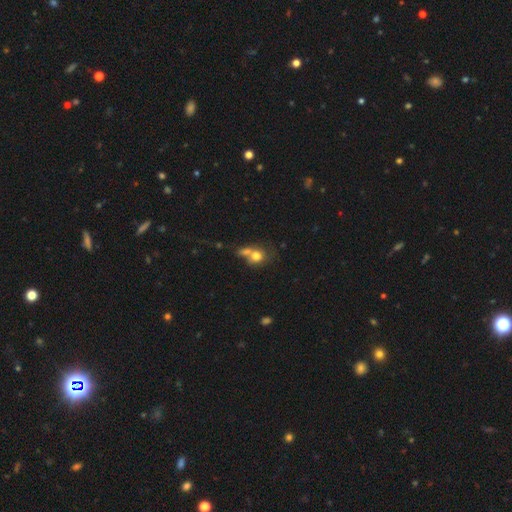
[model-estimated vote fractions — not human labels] This is likely a smooth galaxy (74%). How rounded: likely round (68%). Merging: possibly merger (51%).